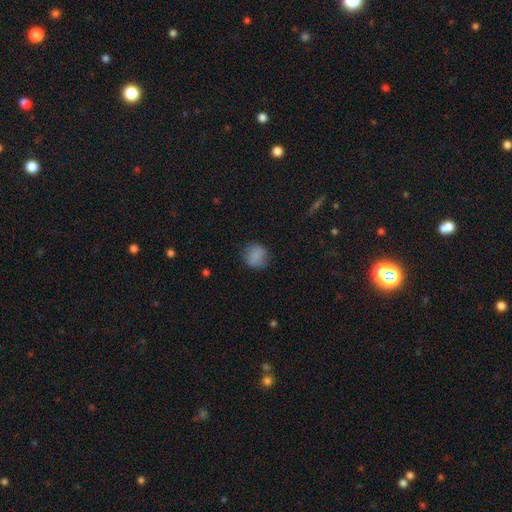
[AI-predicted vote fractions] This appears to be a smooth galaxy with no disk features (84%) that is round (79%). Merging: none (78%).